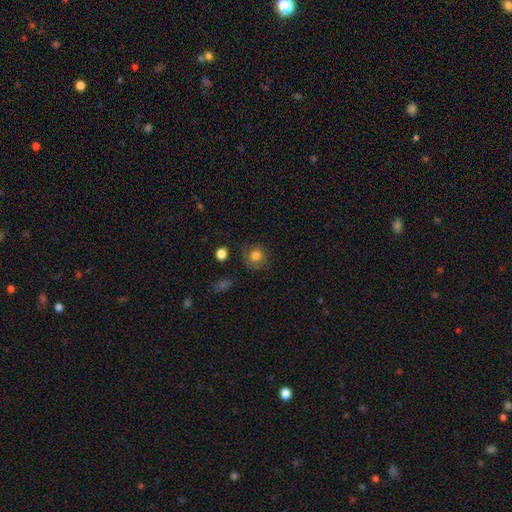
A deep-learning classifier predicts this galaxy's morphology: smooth_or_featured: smooth (p=0.78) [alt: featured or disk p=0.11]
how_rounded: round (p=0.86) [alt: in between p=0.13]
merging: none (p=0.72) [alt: minor disturbance p=0.18]